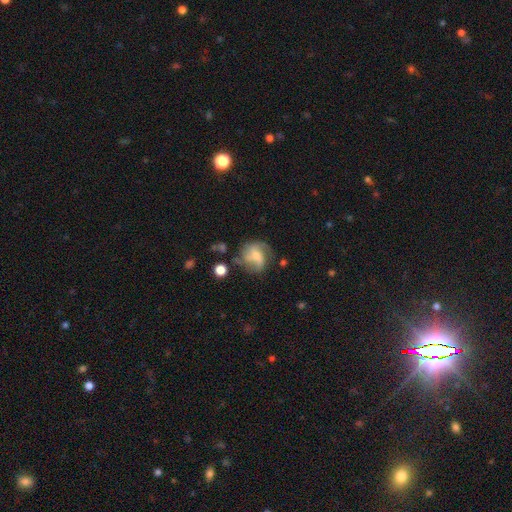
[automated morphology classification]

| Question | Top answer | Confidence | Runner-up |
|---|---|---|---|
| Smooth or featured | featured or disk | 63% | smooth (28%) |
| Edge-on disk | no | 97% | yes (3%) |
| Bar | no | 48% | weak (39%) |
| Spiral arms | yes | 84% | no (16%) |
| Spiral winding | medium | 44% | loose (36%) |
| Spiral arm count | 2 | 39% | 3 (27%) |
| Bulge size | moderate | 44% | small (43%) |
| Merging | none | 52% | minor disturbance (23%) |